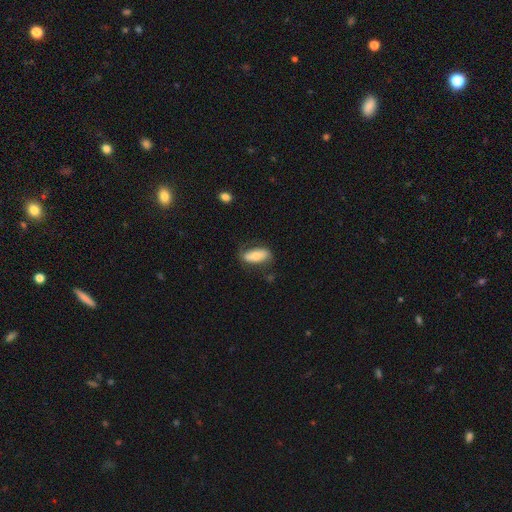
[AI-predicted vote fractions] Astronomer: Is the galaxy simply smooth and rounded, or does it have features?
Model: smooth — 65%.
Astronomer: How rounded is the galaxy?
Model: in between — 84%.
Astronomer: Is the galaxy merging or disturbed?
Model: none — 67%.